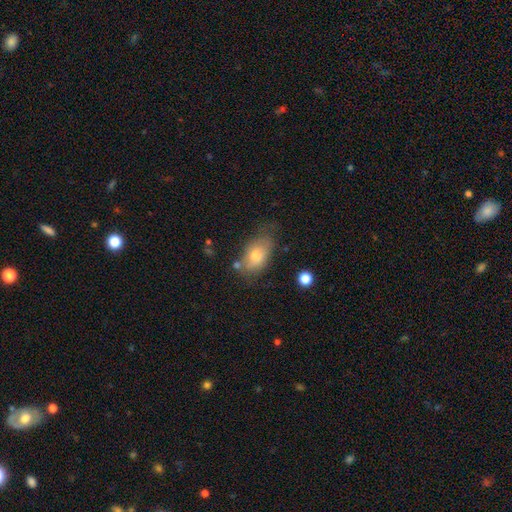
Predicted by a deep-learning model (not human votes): Smooth or featured?
  - smooth: 74% *
  - featured or disk: 17%
  - star or artifact: 9%
How rounded?
  - in between: 88% *
  - round: 10%
  - cigar-shaped: 3%
Merging?
  - none: 59% *
  - minor disturbance: 26%
  - major disturbance: 9%
  - merger: 6%